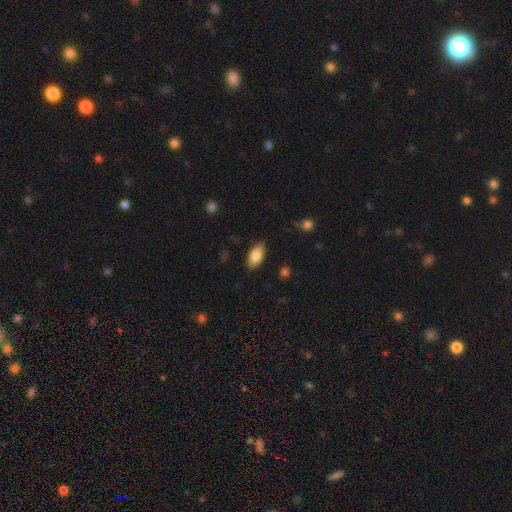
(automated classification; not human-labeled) Smooth or featured?
  - smooth: 84% *
  - featured or disk: 9%
  - star or artifact: 7%
How rounded?
  - in between: 89% *
  - cigar-shaped: 8%
  - round: 3%
Merging?
  - none: 85% *
  - minor disturbance: 12%
  - major disturbance: 3%
  - merger: 1%